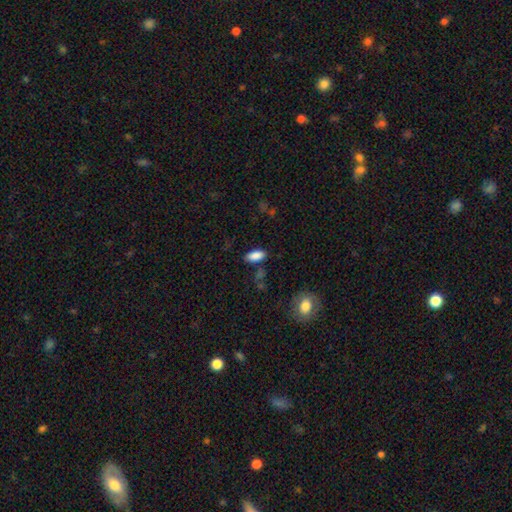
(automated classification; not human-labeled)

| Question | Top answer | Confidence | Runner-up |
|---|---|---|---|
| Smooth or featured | smooth | 88% | star or artifact (8%) |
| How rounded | in between | 88% | cigar-shaped (9%) |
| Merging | none | 82% | minor disturbance (12%) |